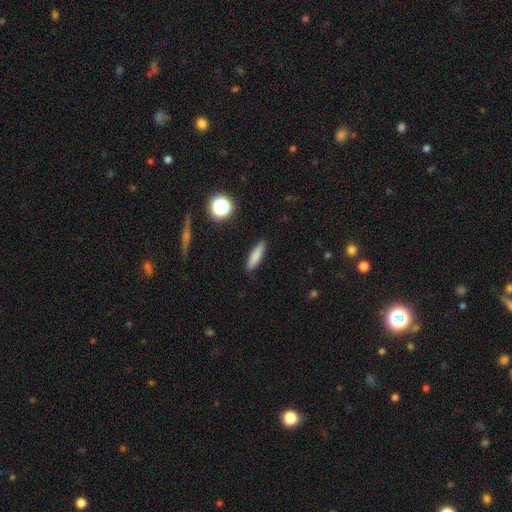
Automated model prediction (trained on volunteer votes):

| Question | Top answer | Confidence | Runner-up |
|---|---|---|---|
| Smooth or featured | smooth | 80% | featured or disk (12%) |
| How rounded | cigar-shaped | 75% | in between (23%) |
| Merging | none | 88% | minor disturbance (8%) |